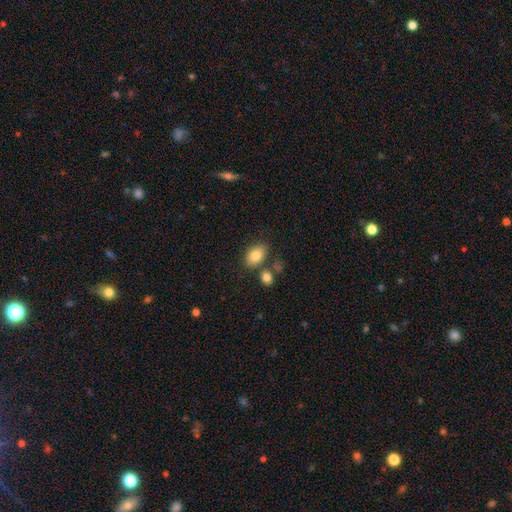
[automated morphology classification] Smooth or featured? Predicted: smooth (p=0.83). How rounded? Predicted: in between (p=0.84). Merging? Predicted: none (p=0.73).